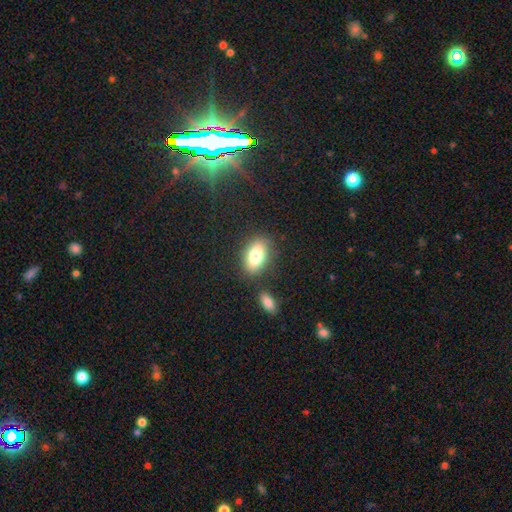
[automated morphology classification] This is likely a smooth galaxy (75%). How rounded: clearly in between (83%). Merging: likely none (77%).